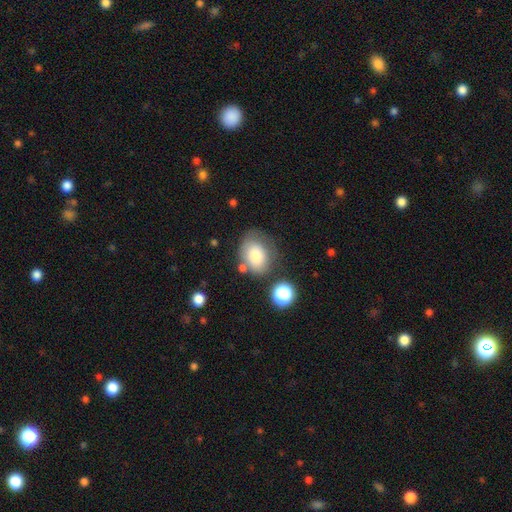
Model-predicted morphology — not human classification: This appears to be a smooth galaxy with no disk features (77%) that is in between round and cigar-shaped (61%). Merging: none (58%).